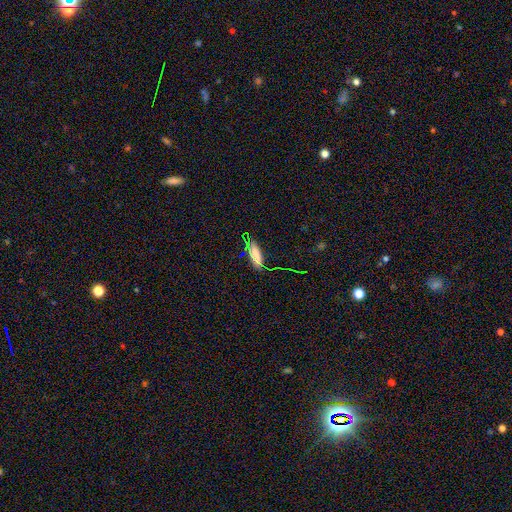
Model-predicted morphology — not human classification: smooth 74%, star or artifact 15%, featured or disk 12%. Down the decision tree: how rounded — in between (66%); merging — none (77%).